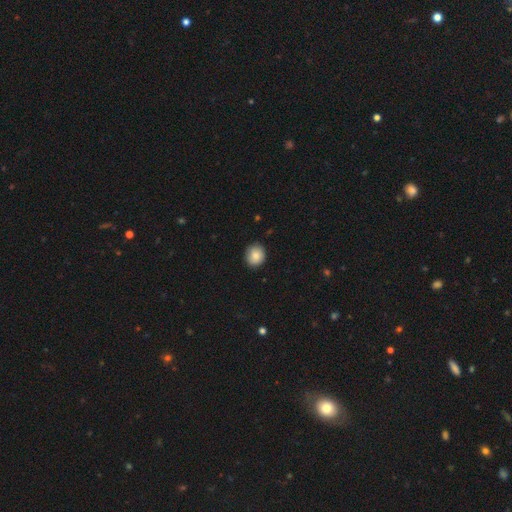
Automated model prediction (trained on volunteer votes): Smooth or featured?
  - smooth: 84% *
  - star or artifact: 8%
  - featured or disk: 8%
How rounded?
  - round: 82% *
  - in between: 17%
  - cigar-shaped: 1%
Merging?
  - none: 87% *
  - minor disturbance: 10%
  - major disturbance: 2%
  - merger: 1%